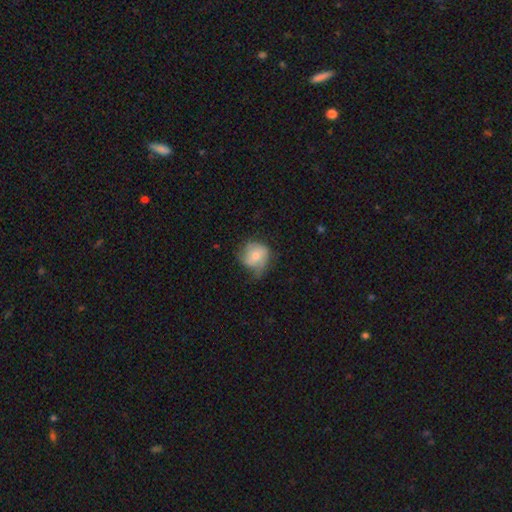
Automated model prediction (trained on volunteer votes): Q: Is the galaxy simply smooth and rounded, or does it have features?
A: smooth — 57%.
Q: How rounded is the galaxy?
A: round — 76%.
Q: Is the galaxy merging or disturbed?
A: none — 43%.